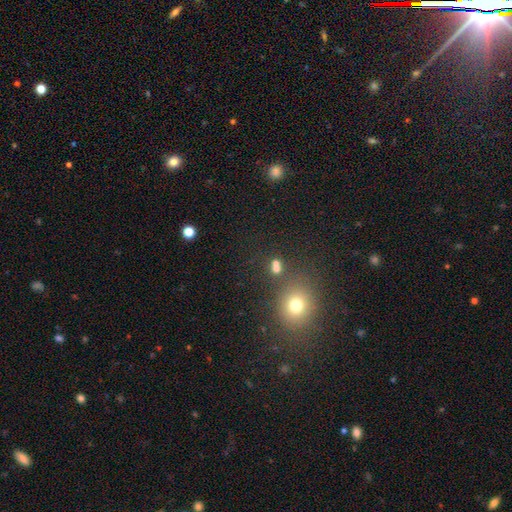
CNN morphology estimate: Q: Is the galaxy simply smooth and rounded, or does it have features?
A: smooth — 58%.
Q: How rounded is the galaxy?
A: round — 77%.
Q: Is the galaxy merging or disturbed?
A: none — 81%.